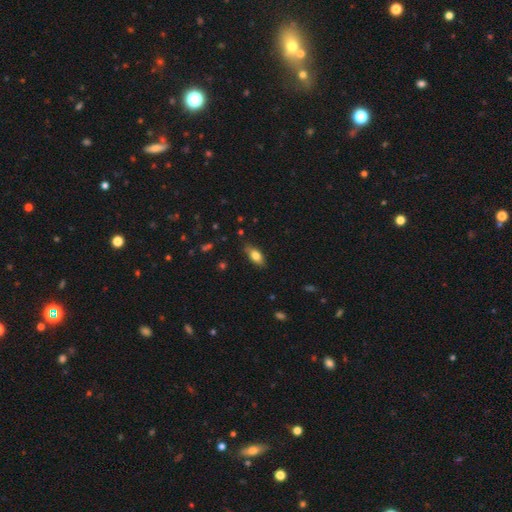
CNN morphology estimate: smooth-or-featured: smooth: 77% | featured or disk: 16% | star or artifact: 7%
  how-rounded: in between: 83% | cigar-shaped: 13% | round: 4%
  merging: none: 79% | minor disturbance: 17% | major disturbance: 3% | merger: 1%